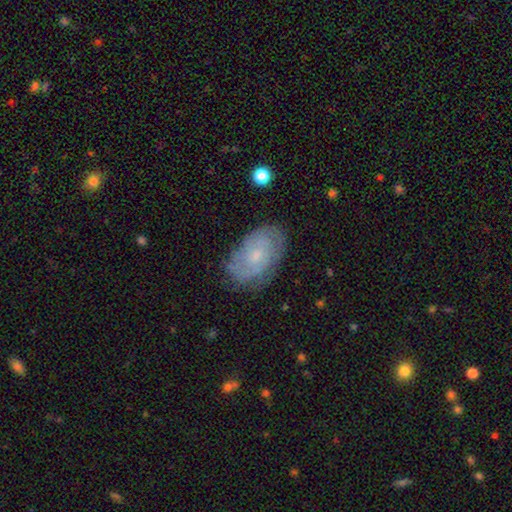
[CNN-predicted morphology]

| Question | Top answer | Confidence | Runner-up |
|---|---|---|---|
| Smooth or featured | featured or disk | 63% | smooth (30%) |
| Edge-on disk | no | 96% | yes (4%) |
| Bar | no | 74% | weak (23%) |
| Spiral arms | yes | 85% | no (15%) |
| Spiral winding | tight | 59% | medium (31%) |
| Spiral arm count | can't tell | 45% | 2 (31%) |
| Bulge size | small | 68% | moderate (24%) |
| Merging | none | 76% | minor disturbance (17%) |